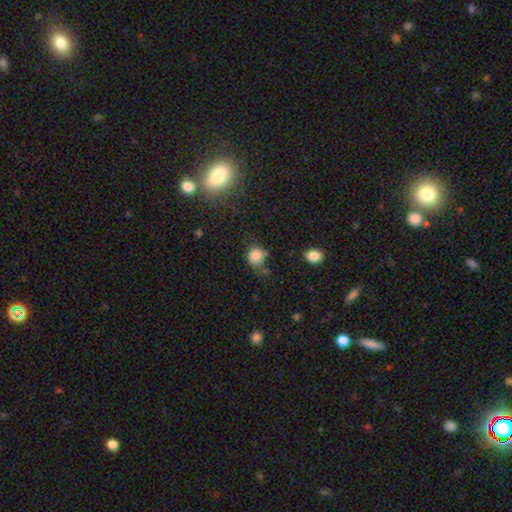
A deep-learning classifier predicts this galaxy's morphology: type=smooth (82%); roundness=round (78%); merging=none (62%).